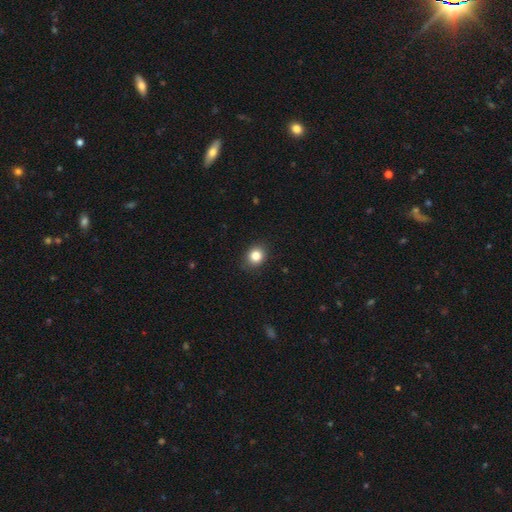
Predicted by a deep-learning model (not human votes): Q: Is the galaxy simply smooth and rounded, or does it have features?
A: smooth — 84%.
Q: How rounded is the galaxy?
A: round — 70%.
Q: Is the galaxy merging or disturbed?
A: none — 88%.